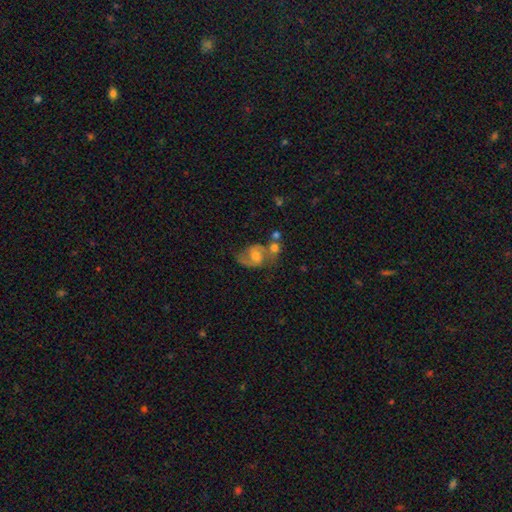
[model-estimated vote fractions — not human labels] Smooth or featured? Predicted: featured or disk (p=0.70). Edge-on disk? Predicted: no (p=0.97). Bar? Predicted: no (p=0.57). Spiral arms? Predicted: yes (p=0.88). Spiral winding? Predicted: medium (p=0.53). Spiral arm count? Predicted: 2 (p=0.81). Bulge size? Predicted: moderate (p=0.64). Merging? Predicted: none (p=0.50).